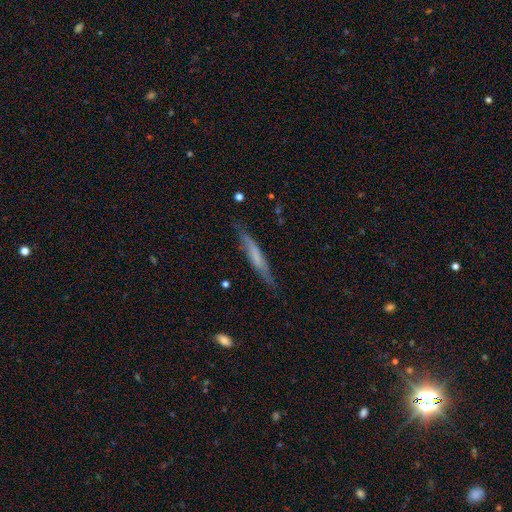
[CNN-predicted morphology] Smooth or featured? Predicted: smooth (p=0.49). Merging? Predicted: none (p=0.75).